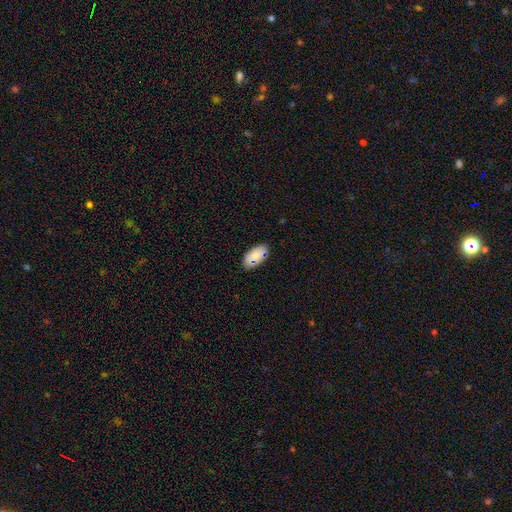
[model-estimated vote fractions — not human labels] Smooth or featured? Predicted: smooth (p=0.81). How rounded? Predicted: in between (p=0.93). Merging? Predicted: none (p=0.82).